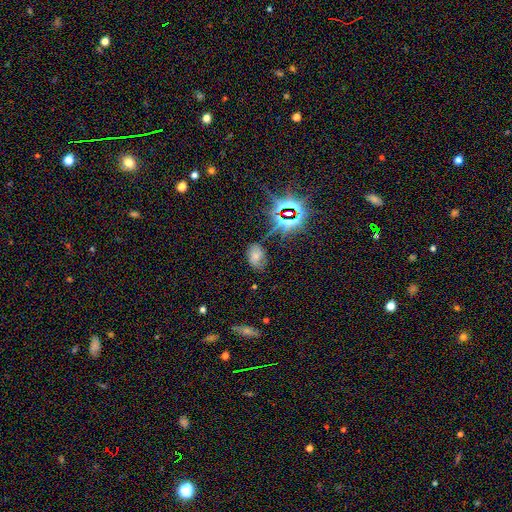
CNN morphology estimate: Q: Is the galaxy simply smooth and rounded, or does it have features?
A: smooth — 46%.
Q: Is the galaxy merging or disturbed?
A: none — 61%.